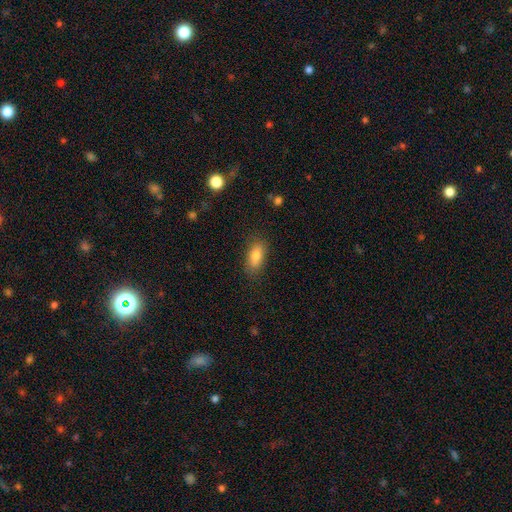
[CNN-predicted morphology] A smooth galaxy with no disk features (79%) that is in between round and cigar-shaped (84%). Merging: none (81%).